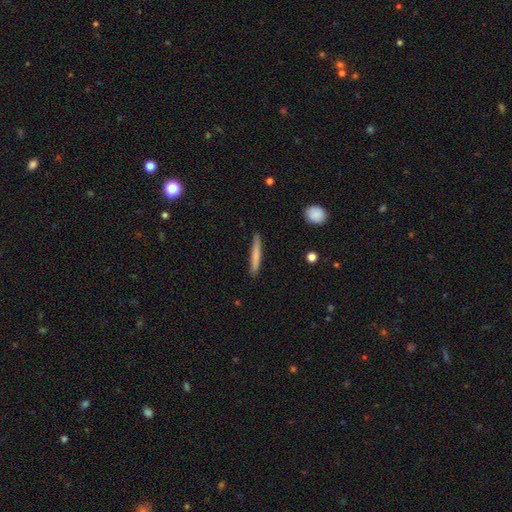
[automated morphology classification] smooth_or_featured: smooth (p=0.70) [alt: featured or disk p=0.24]
how_rounded: cigar-shaped (p=0.96) [alt: in between p=0.03]
merging: none (p=0.89) [alt: minor disturbance p=0.09]